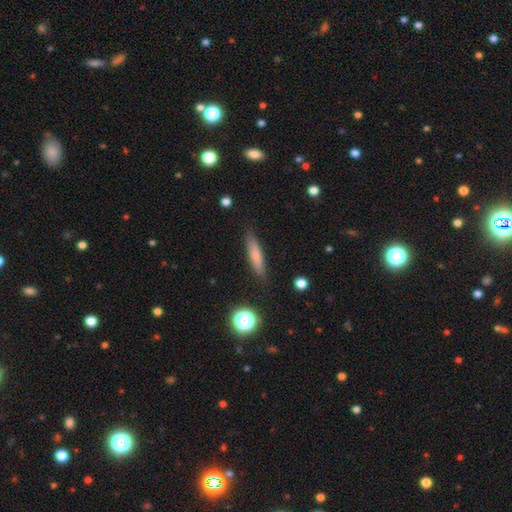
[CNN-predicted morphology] Smooth or featured? Predicted: smooth (p=0.72). How rounded? Predicted: cigar-shaped (p=0.83). Merging? Predicted: none (p=0.87).